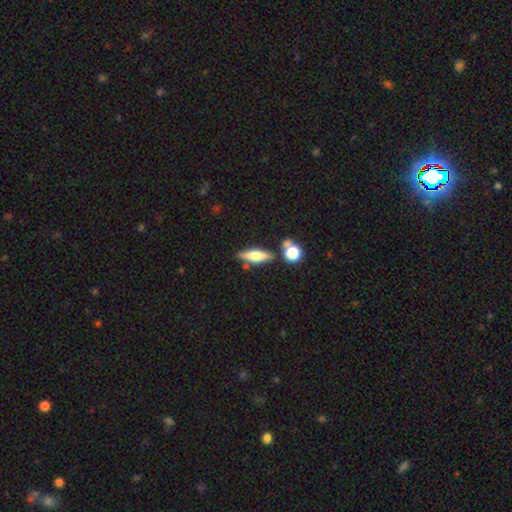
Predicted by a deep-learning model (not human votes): smooth_or_featured: smooth (p=0.50) [alt: featured or disk p=0.41]
how_rounded: cigar-shaped (p=0.56) [alt: in between p=0.38]
merging: none (p=0.75) [alt: minor disturbance p=0.12]